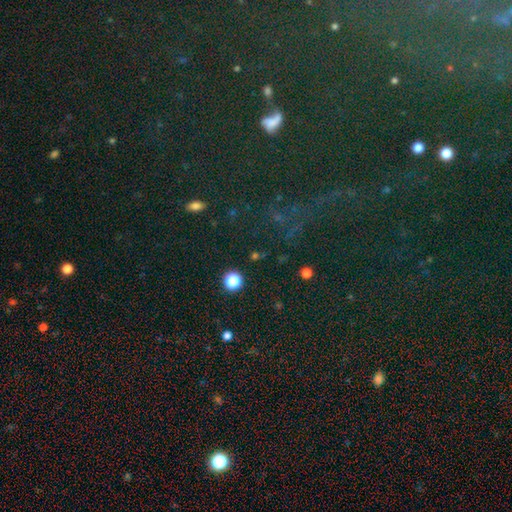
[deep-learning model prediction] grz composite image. It shows a star or artifact, not a galaxy (51%).